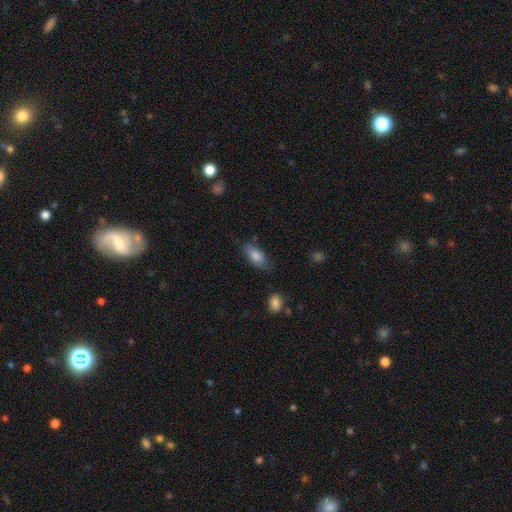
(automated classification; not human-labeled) Smooth or featured? Predicted: smooth (p=0.81). How rounded? Predicted: in between (p=0.88). Merging? Predicted: none (p=0.67).